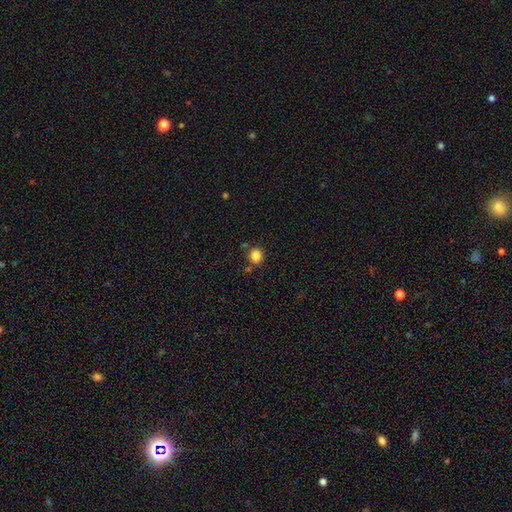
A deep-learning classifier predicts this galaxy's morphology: type=smooth (84%); roundness=round (91%); merging=none (79%).